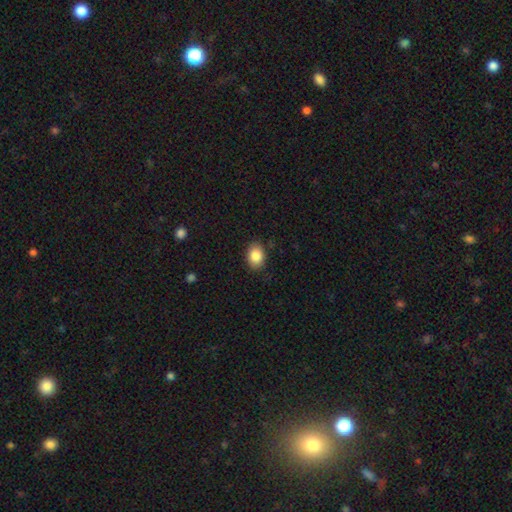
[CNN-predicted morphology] Smooth or featured?
  - smooth: 87% *
  - star or artifact: 8%
  - featured or disk: 6%
How rounded?
  - in between: 70% *
  - round: 29%
  - cigar-shaped: 1%
Merging?
  - none: 86% *
  - minor disturbance: 10%
  - major disturbance: 2%
  - merger: 1%